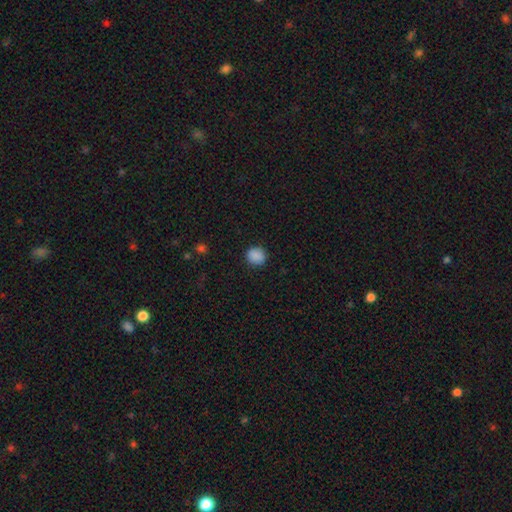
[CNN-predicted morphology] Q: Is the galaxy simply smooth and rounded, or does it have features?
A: smooth — 88%.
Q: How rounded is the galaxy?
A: round — 75%.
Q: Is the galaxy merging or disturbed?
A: none — 87%.